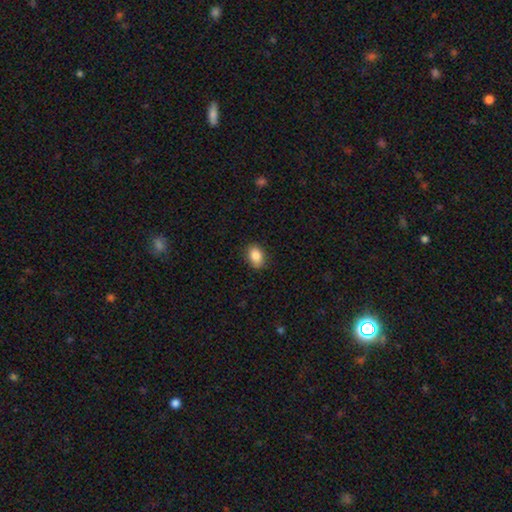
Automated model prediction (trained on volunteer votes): The model was most divided on "how rounded": in between: 81%, round: 18%, cigar-shaped: 1%. More confident: merging — none (87%); smooth or featured — smooth (86%).